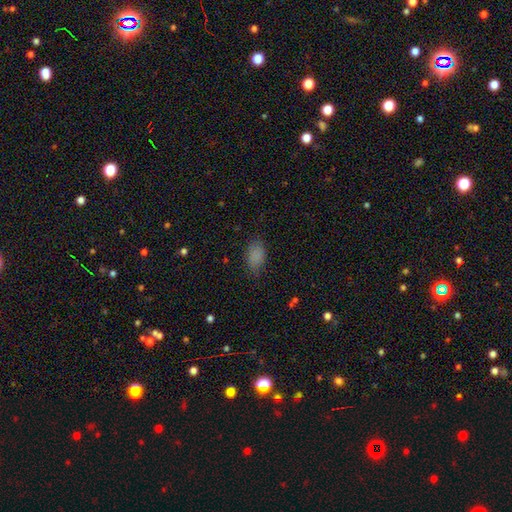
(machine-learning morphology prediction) smooth-or-featured: smooth: 85% | star or artifact: 10% | featured or disk: 5%
  how-rounded: in between: 90% | round: 7% | cigar-shaped: 2%
  merging: none: 77% | minor disturbance: 17% | major disturbance: 4% | merger: 1%